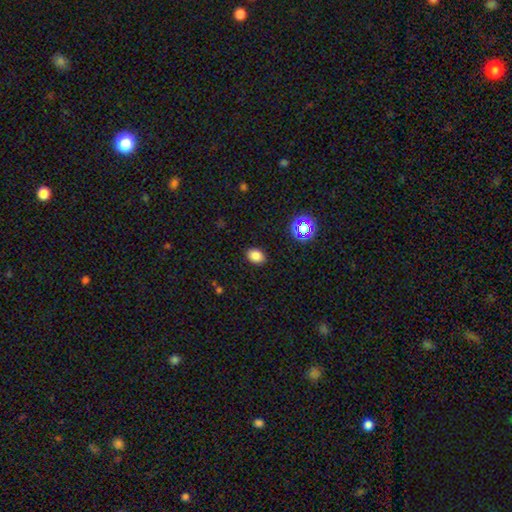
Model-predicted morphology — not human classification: Q: Smooth or featured?
A: smooth (81%); runner-up: star or artifact (14%)
Q: How rounded?
A: in between (72%); runner-up: round (27%)
Q: Merging?
A: none (88%); runner-up: minor disturbance (8%)